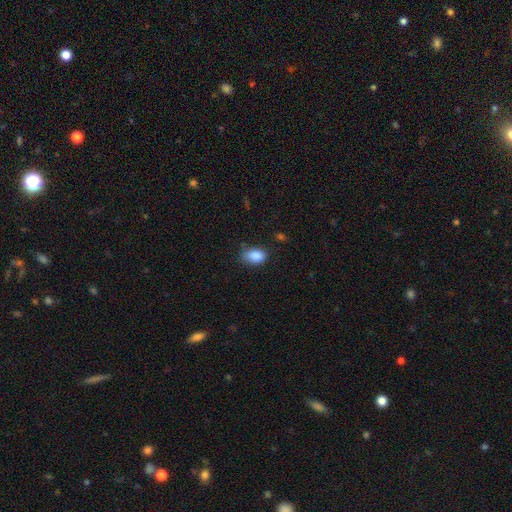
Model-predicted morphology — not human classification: Smooth or featured? Predicted: smooth (p=0.87). How rounded? Predicted: in between (p=0.85). Merging? Predicted: none (p=0.62).